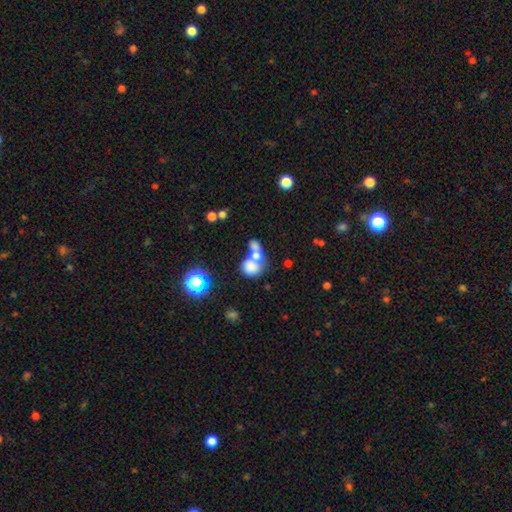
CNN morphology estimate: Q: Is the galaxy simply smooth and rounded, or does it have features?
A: smooth — 68%.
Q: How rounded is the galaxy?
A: in between — 49%.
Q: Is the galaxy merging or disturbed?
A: merger — 72%.